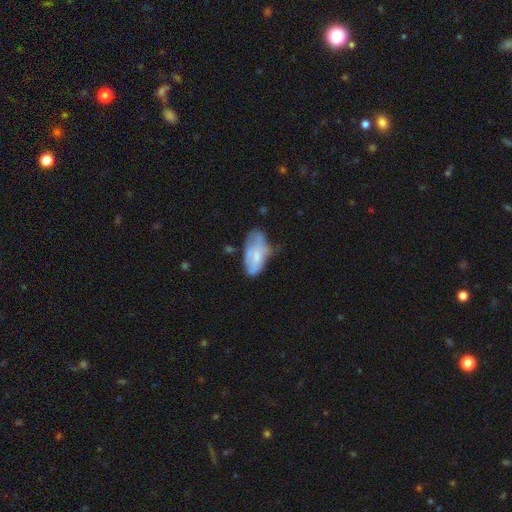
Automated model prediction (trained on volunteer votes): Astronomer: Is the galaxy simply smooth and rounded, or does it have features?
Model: smooth — 57% (runner-up: featured or disk, 35%).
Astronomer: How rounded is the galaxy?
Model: in between — 92%.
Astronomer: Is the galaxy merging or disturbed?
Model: minor disturbance — 36% (runner-up: none, 31%).